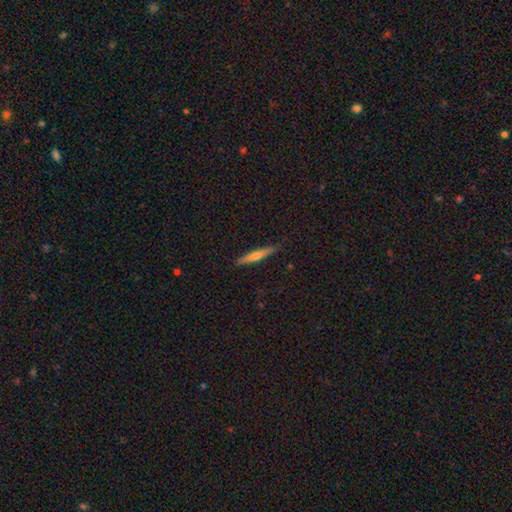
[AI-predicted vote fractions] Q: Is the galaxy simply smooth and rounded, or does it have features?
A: smooth — 47%, tied with featured or disk.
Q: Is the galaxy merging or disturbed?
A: none — 89%.